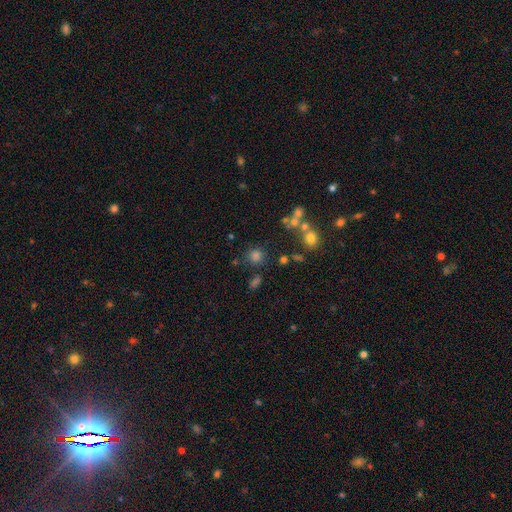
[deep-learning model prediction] Smooth or featured? smooth (72%)
How rounded? round (87%)
Merging? none (75%)